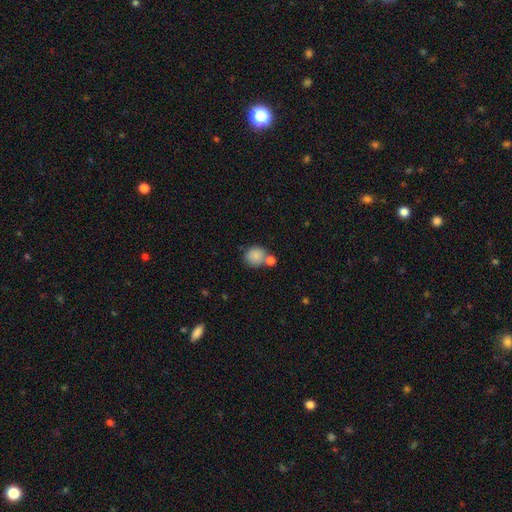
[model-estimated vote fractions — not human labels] smooth 85%, star or artifact 9%, featured or disk 7%. Down the decision tree: how rounded — round (85%); merging — none (56%).